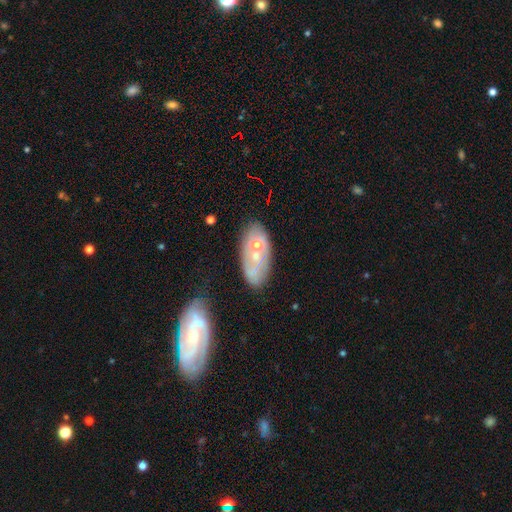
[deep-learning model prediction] Q: Smooth or featured?
A: featured or disk (60%); runner-up: smooth (31%)
Q: Edge-on disk?
A: no (92%); runner-up: yes (8%)
Q: Bar?
A: no (80%); runner-up: weak (16%)
Q: Spiral arms?
A: no (54%); runner-up: yes (46%)
Q: Bulge size?
A: small (54%); runner-up: moderate (39%)
Q: Merging?
A: none (49%); runner-up: minor disturbance (21%)